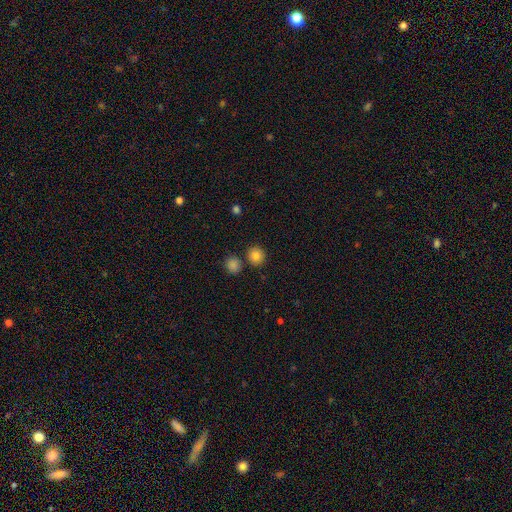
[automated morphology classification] Overall: smooth (84%). How rounded: round (90%). Merging: none (83%).